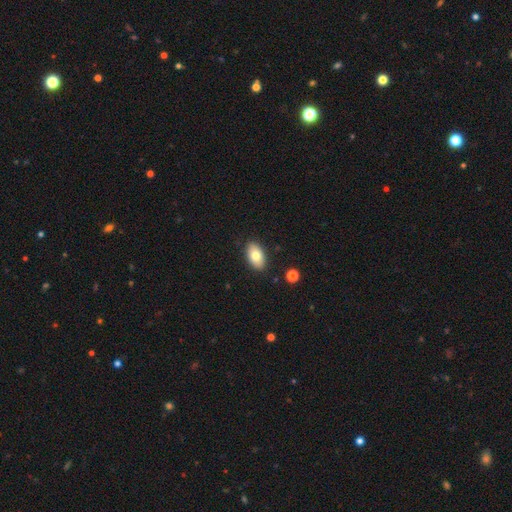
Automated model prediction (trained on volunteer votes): A smooth galaxy with no disk features (78%) that is in between round and cigar-shaped (93%). Merging: none (88%).